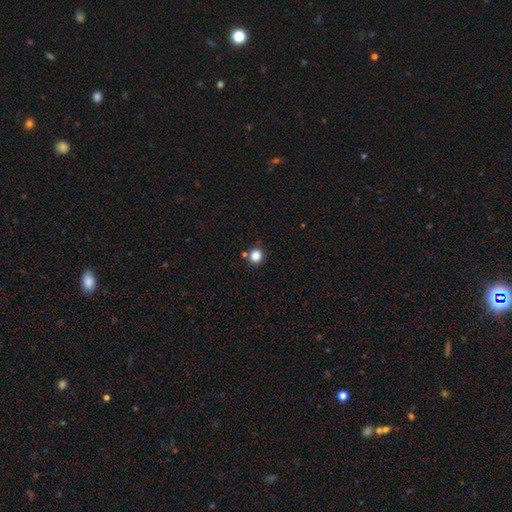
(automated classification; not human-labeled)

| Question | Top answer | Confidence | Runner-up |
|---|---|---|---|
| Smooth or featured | smooth | 84% | star or artifact (12%) |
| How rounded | round | 90% | in between (9%) |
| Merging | none | 79% | merger (9%) |